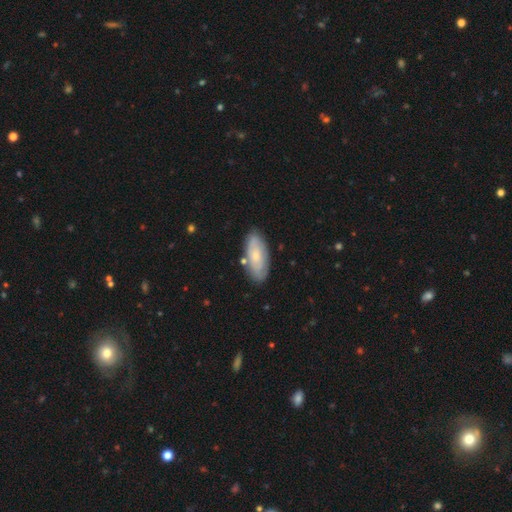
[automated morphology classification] Smooth or featured?
  - smooth: 57% *
  - featured or disk: 37%
  - star or artifact: 6%
How rounded?
  - in between: 84% *
  - cigar-shaped: 14%
  - round: 2%
Merging?
  - none: 80% *
  - minor disturbance: 14%
  - merger: 3%
  - major disturbance: 3%